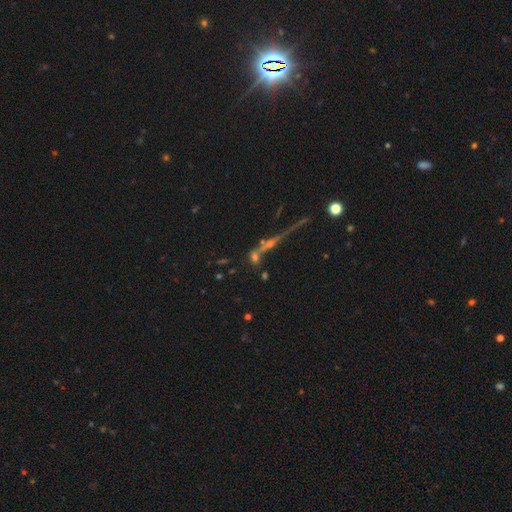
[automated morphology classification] smooth_or_featured: featured or disk (p=0.41) [alt: star or artifact p=0.34]
merging: none (p=0.41) [alt: merger p=0.39]